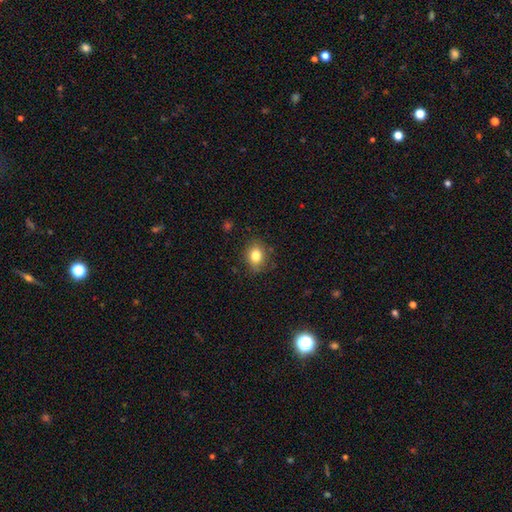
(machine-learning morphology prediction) A smooth galaxy with no disk features (81%) that is round (52%). Merging: none (82%).